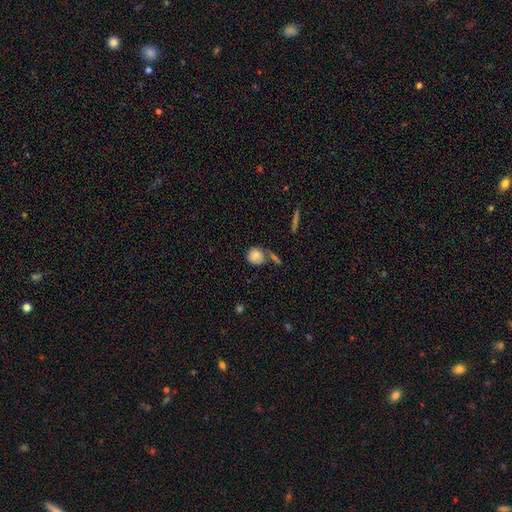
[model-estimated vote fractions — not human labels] Smooth or featured? Predicted: smooth (p=0.75). How rounded? Predicted: round (p=0.77). Merging? Predicted: none (p=0.54).